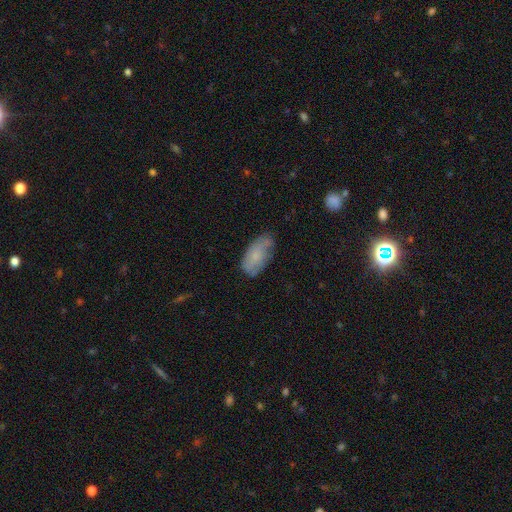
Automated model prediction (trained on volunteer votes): Overall: smooth (67%). How rounded: in between (91%). Merging: none (55%; minor disturbance 34%).